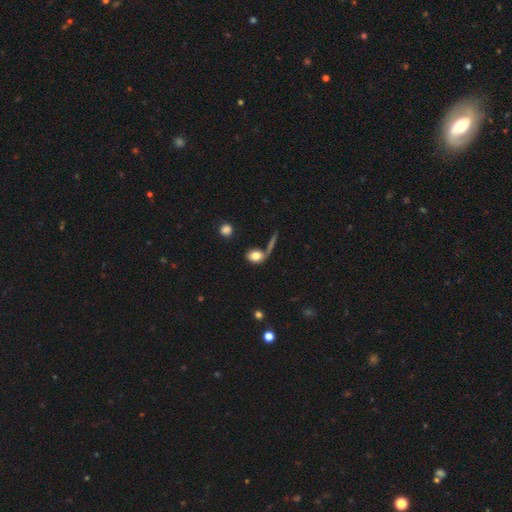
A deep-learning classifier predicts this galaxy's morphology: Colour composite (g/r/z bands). It shows a smooth galaxy with no disk features (79%) that is in between round and cigar-shaped (57%). Merging: none (55%).